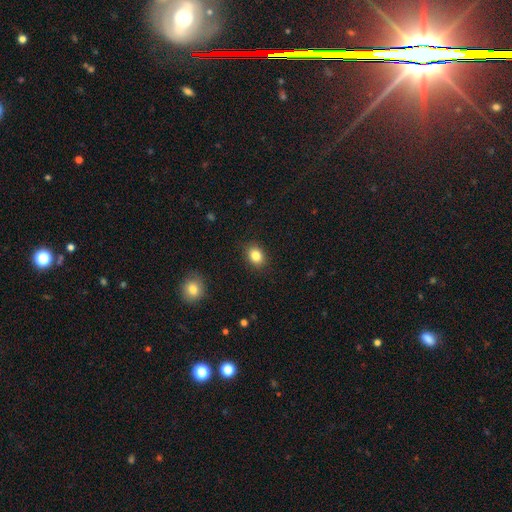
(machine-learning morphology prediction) A smooth galaxy with no disk features (84%) that is in between round and cigar-shaped (58%). Merging: none (88%).